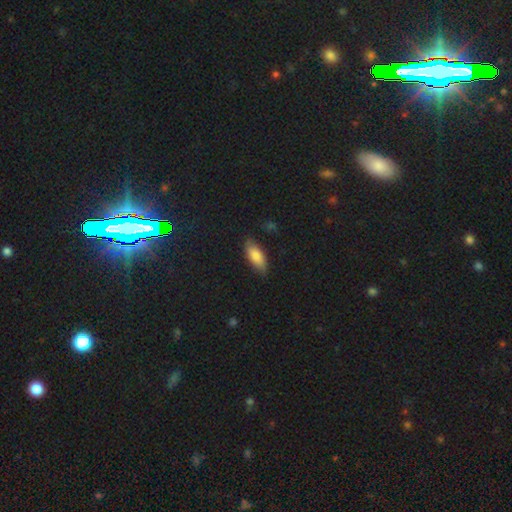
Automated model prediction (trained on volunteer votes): smooth-or-featured: smooth: 81% | featured or disk: 12% | star or artifact: 7%
  how-rounded: in between: 79% | cigar-shaped: 19% | round: 2%
  merging: none: 78% | minor disturbance: 18% | major disturbance: 3% | merger: 1%